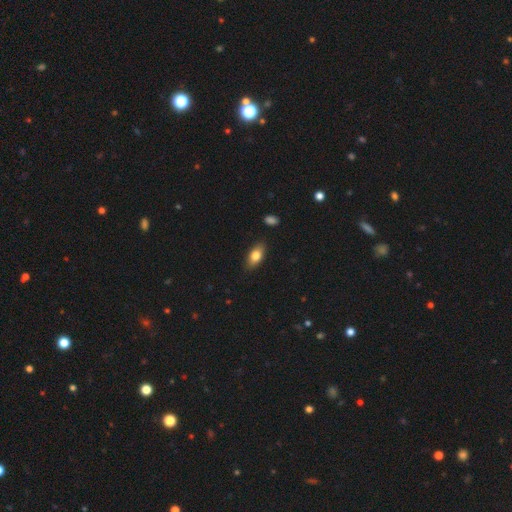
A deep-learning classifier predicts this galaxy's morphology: Q: Smooth or featured?
A: smooth (80%); runner-up: featured or disk (13%)
Q: How rounded?
A: in between (88%); runner-up: cigar-shaped (6%)
Q: Merging?
A: none (86%); runner-up: minor disturbance (11%)